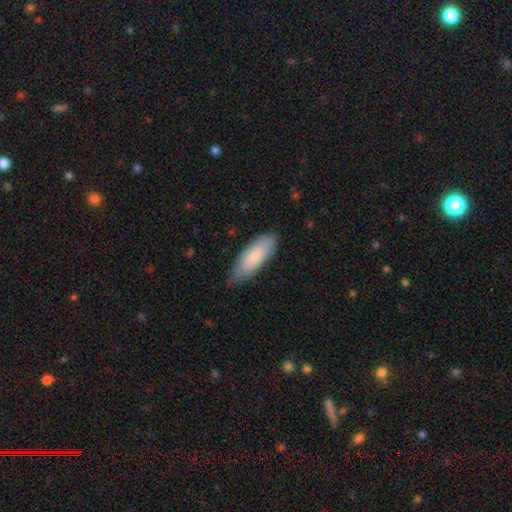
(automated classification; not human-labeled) Smooth or featured: smooth — 80% (featured or disk — 14%)
How rounded: in between — 67% (cigar-shaped — 31%)
Merging: none — 75% (minor disturbance — 21%)